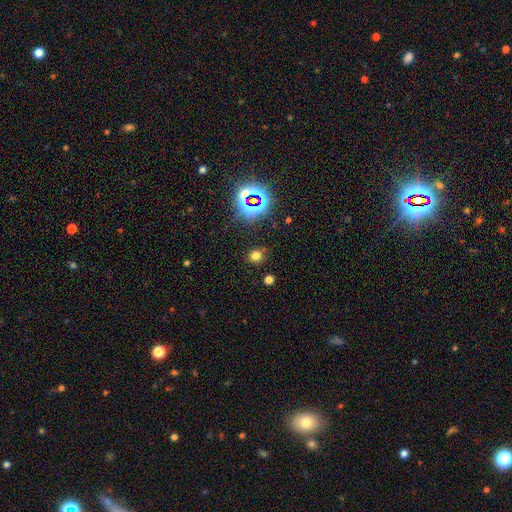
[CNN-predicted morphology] A smooth galaxy with no disk features (66%) that is round (81%).

Vote fractions:
- Smooth or featured? smooth: 66% / star or artifact: 27% / featured or disk: 7%
- How rounded? round: 81% / in between: 18% / cigar-shaped: 1%
- Merging? none: 83% / minor disturbance: 9% / merger: 4% / major disturbance: 4%